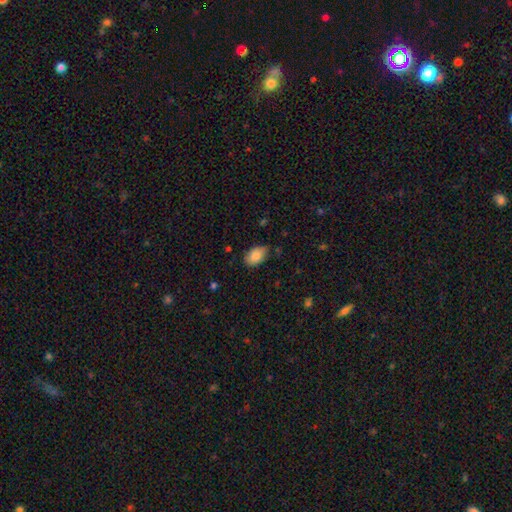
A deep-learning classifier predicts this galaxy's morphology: type=smooth (87%); roundness=in between (89%); merging=none (71%).